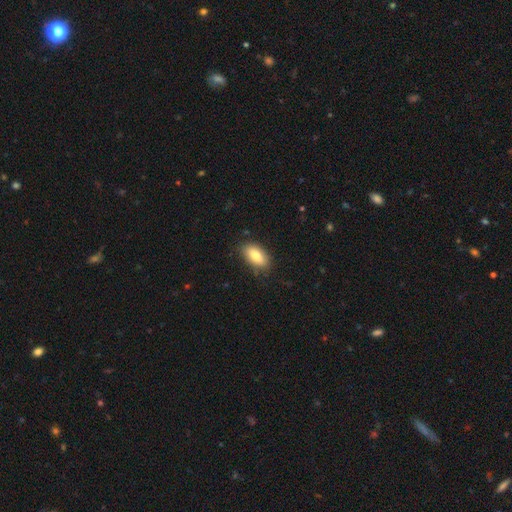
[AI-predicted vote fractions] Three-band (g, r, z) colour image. It shows a smooth galaxy with no disk features (80%) that is in between round and cigar-shaped (91%). Merging: none (83%).